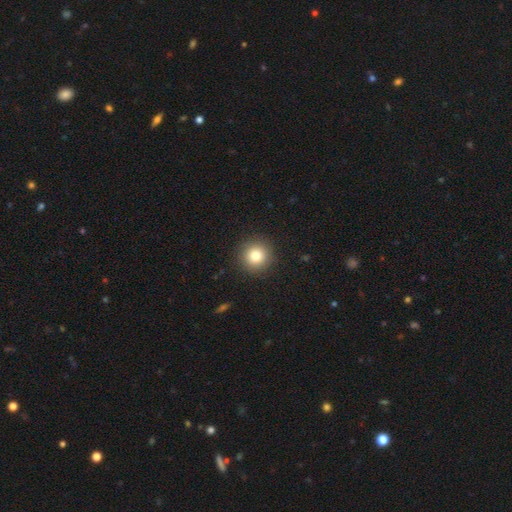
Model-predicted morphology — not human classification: The model was most divided on "smooth or featured": smooth: 81%, star or artifact: 11%, featured or disk: 8%. More confident: how rounded — round (94%); merging — none (91%).